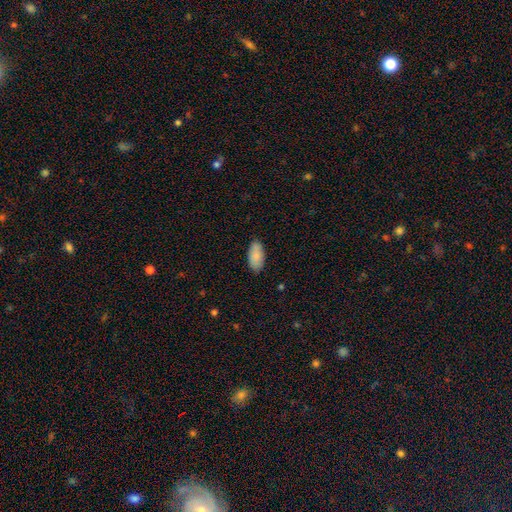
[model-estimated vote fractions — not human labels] This is clearly a smooth galaxy (88%). How rounded: clearly in between (93%). Merging: clearly none (86%).